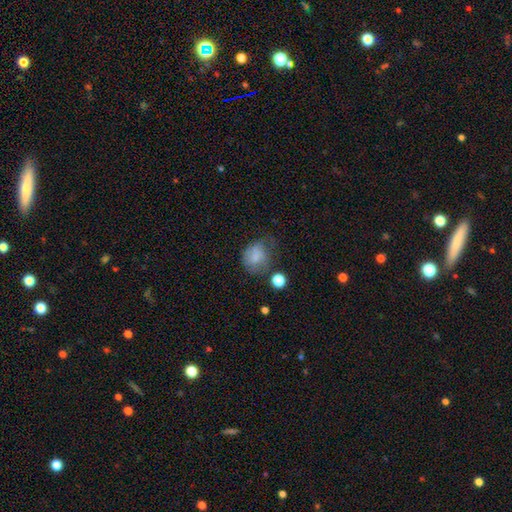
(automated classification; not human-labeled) Morphology: type=smooth (71%); roundness=round (59%); merging=none (40%).